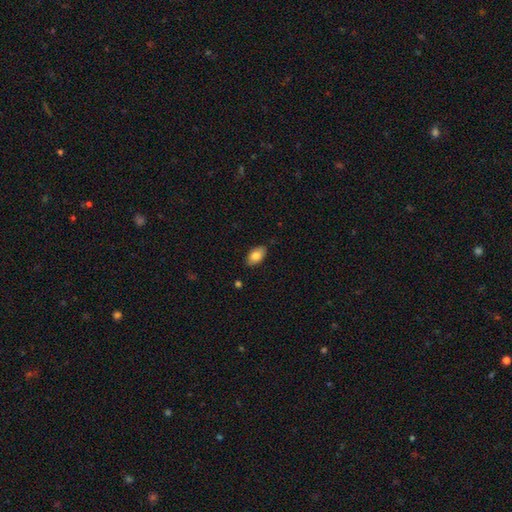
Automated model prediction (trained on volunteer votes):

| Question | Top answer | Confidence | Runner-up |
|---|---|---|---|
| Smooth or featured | smooth | 82% | featured or disk (12%) |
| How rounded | in between | 93% | round (5%) |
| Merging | none | 85% | minor disturbance (12%) |